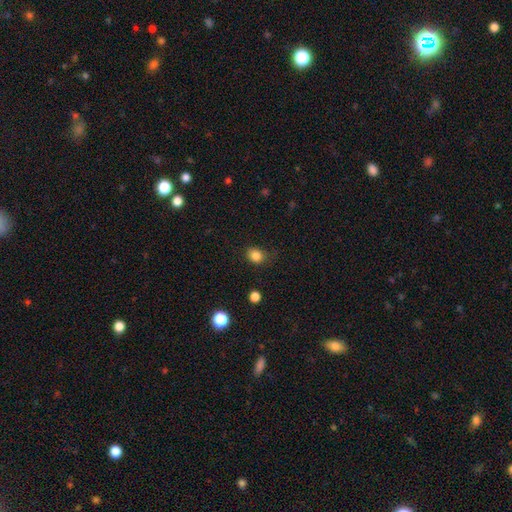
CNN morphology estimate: smooth 83%, star or artifact 12%, featured or disk 5%. Down the decision tree: how rounded — round (61%); merging — none (73%).